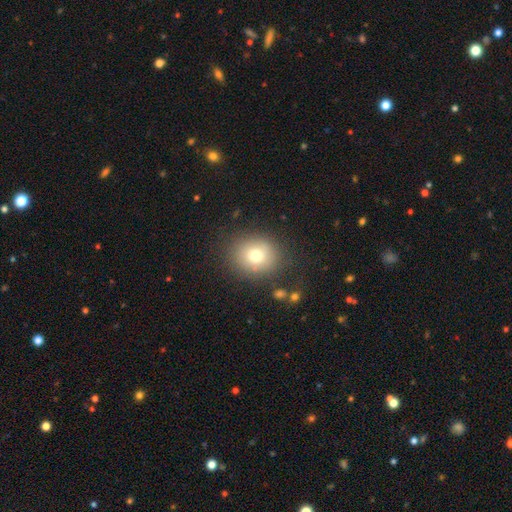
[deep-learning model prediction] The model was most divided on "how rounded": round: 72%, in between: 27%, cigar-shaped: 1%. More confident: merging — none (83%); smooth or featured — smooth (74%).